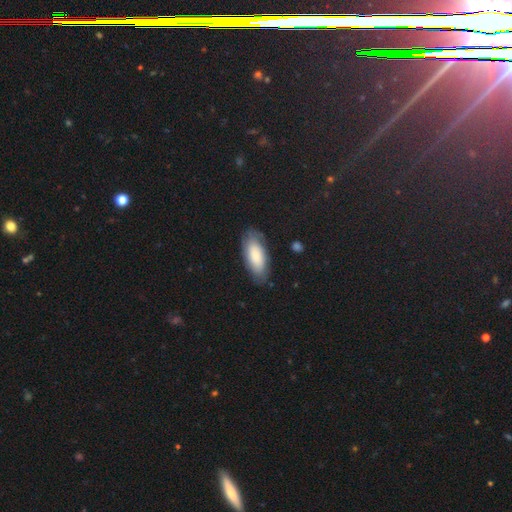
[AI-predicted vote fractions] A smooth galaxy with no disk features (78%) that is in between round and cigar-shaped (86%).

Vote fractions:
- Smooth or featured? smooth: 78% / featured or disk: 17% / star or artifact: 6%
- How rounded? in between: 86% / cigar-shaped: 12% / round: 2%
- Merging? none: 77% / minor disturbance: 17% / major disturbance: 5% / merger: 2%